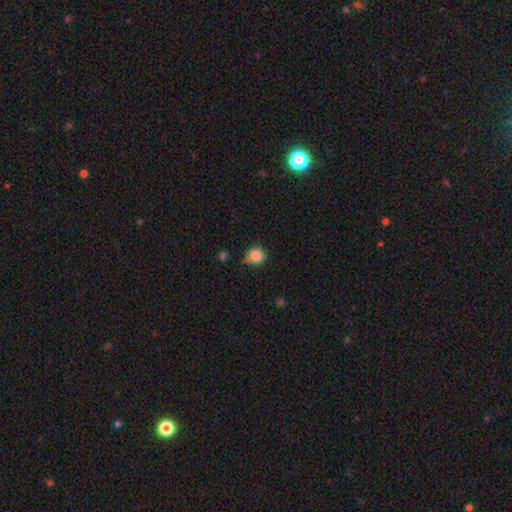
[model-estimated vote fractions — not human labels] Smooth or featured? Predicted: smooth (p=0.85). How rounded? Predicted: round (p=0.84). Merging? Predicted: none (p=0.58).